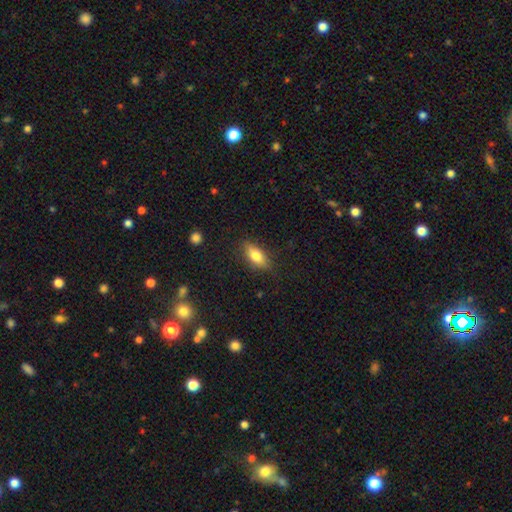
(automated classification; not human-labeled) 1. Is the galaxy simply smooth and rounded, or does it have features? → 76% smooth, 17% featured or disk, 7% star or artifact.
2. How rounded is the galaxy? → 82% in between, 14% cigar-shaped, 5% round.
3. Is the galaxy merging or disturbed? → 82% none, 13% minor disturbance, 3% major disturbance, 1% merger.